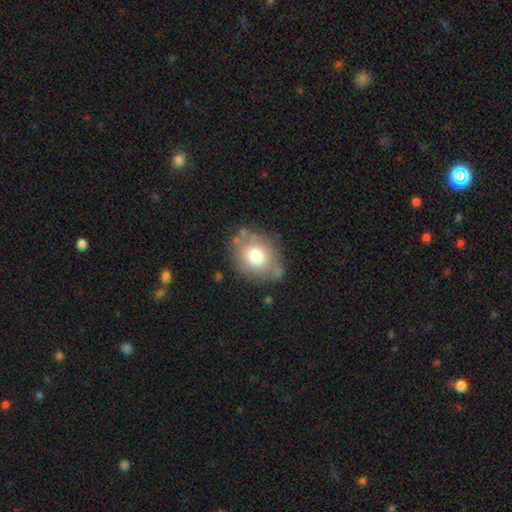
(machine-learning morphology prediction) type=smooth (76%); roundness=round (61%); merging=none (70%).